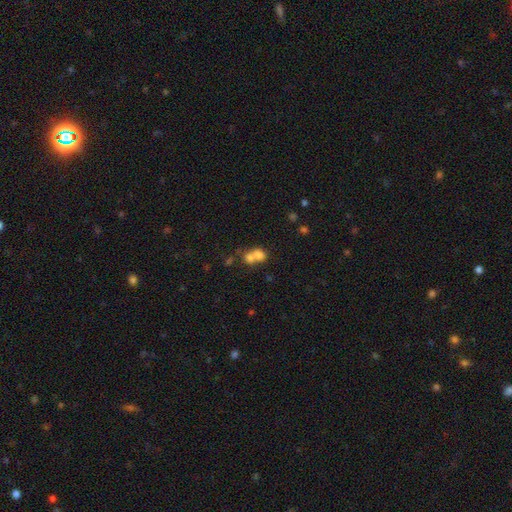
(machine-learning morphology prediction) Smooth or featured? smooth (71%)
How rounded? round (56%)
Merging? merger (68%)